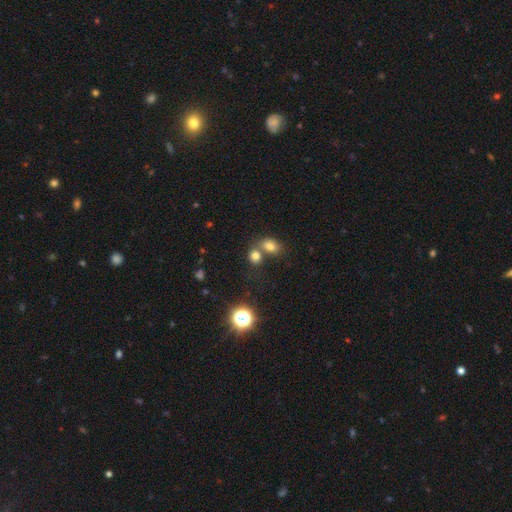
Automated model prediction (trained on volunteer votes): This is likely a smooth galaxy (75%). How rounded: possibly round (56%). Merging: possibly none (46%).